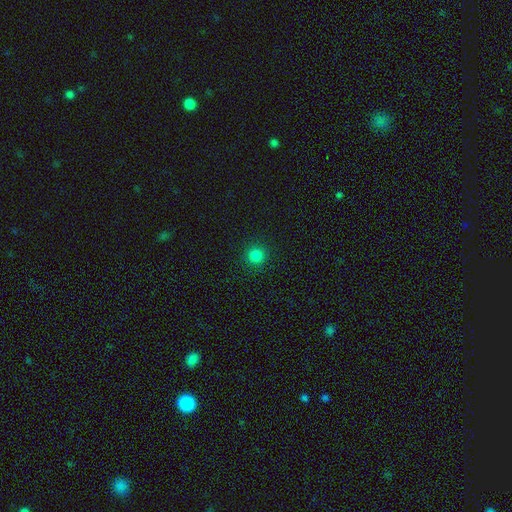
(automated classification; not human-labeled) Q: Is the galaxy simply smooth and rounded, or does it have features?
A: smooth — 84%.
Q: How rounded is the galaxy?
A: round — 95%.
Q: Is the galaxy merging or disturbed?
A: none — 92%.